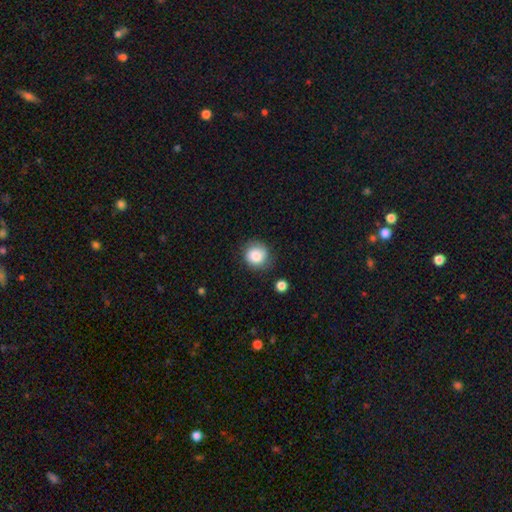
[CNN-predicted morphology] Smooth or featured: smooth — 83% (star or artifact — 9%)
How rounded: round — 87% (in between — 12%)
Merging: none — 75% (minor disturbance — 17%)